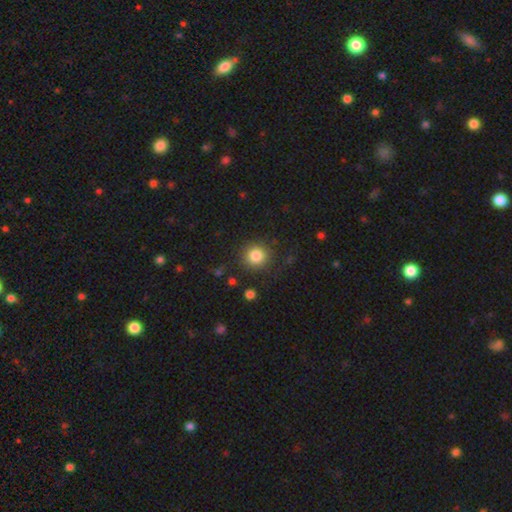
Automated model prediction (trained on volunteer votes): Morphology: type=smooth (84%); roundness=round (91%); merging=none (88%).